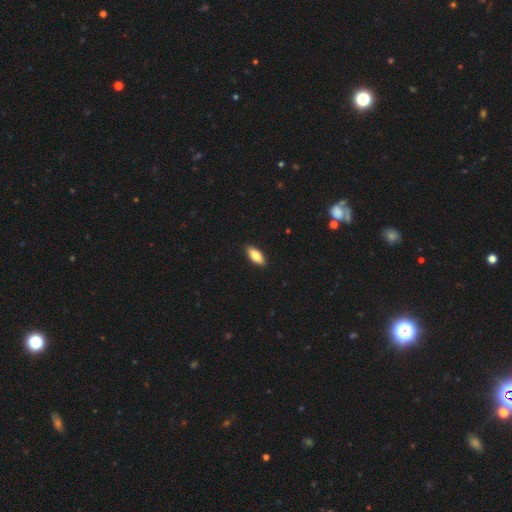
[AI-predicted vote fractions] This appears to be a smooth galaxy with no disk features (79%) that is in between round and cigar-shaped (81%). Merging: none (90%).